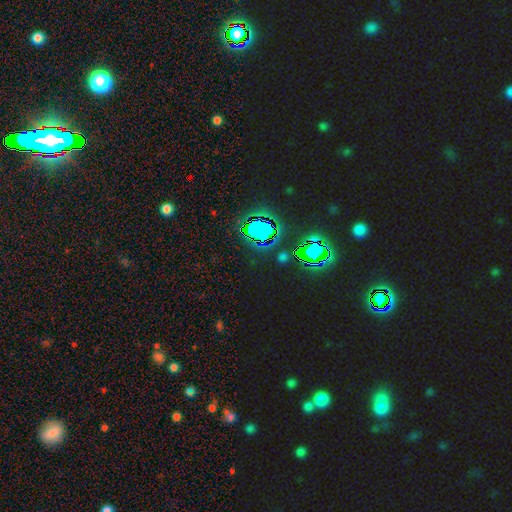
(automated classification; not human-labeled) A star or artifact, not a galaxy (81%).

Vote fractions:
- Smooth or featured? star or artifact: 81% / smooth: 11% / featured or disk: 8%